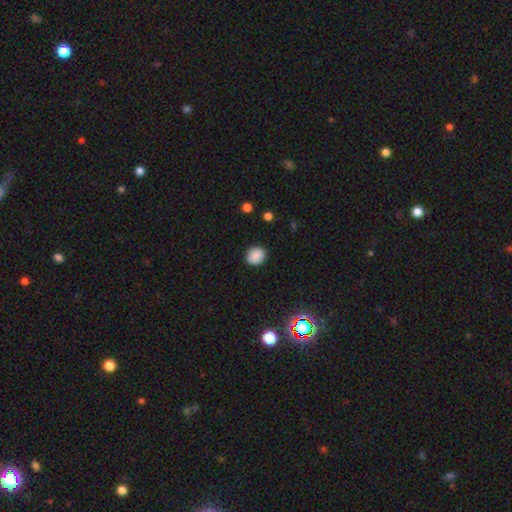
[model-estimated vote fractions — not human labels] The model was most divided on "how rounded": round: 83%, in between: 16%, cigar-shaped: 1%. More confident: merging — none (90%); smooth or featured — smooth (87%).